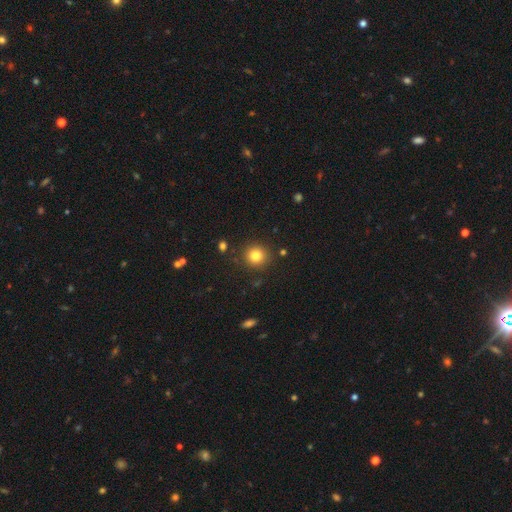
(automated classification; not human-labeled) A smooth galaxy with no disk features (81%) that is round (91%).

Vote fractions:
- Smooth or featured? smooth: 81% / star or artifact: 13% / featured or disk: 6%
- How rounded? round: 91% / in between: 8% / cigar-shaped: 1%
- Merging? none: 88% / minor disturbance: 7% / major disturbance: 3% / merger: 2%